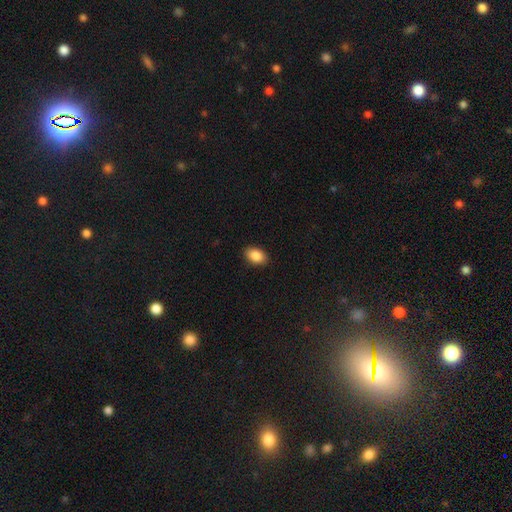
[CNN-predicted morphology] Smooth or featured?
  - smooth: 88% *
  - star or artifact: 8%
  - featured or disk: 5%
How rounded?
  - in between: 87% *
  - round: 12%
  - cigar-shaped: 1%
Merging?
  - none: 89% *
  - minor disturbance: 8%
  - major disturbance: 2%
  - merger: 1%